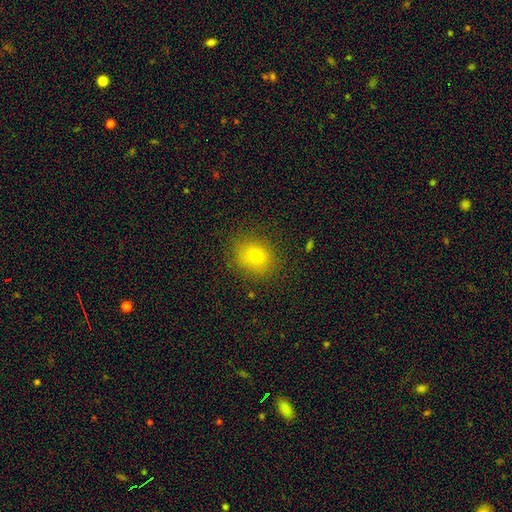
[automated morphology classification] Q: Smooth or featured?
A: smooth (74%); runner-up: star or artifact (15%)
Q: How rounded?
A: round (72%); runner-up: in between (27%)
Q: Merging?
A: none (85%); runner-up: minor disturbance (10%)